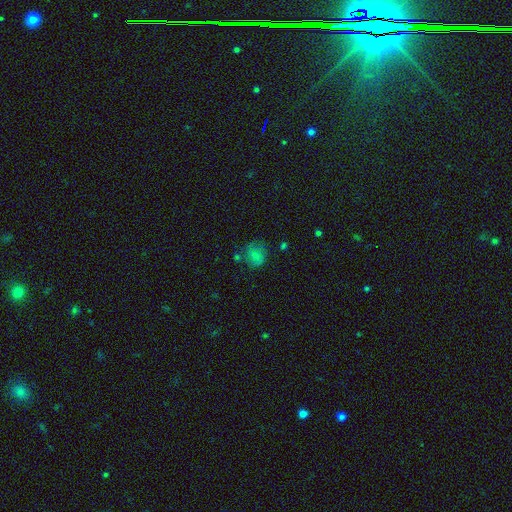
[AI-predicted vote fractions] Smooth or featured? smooth (72%)
How rounded? round (71%)
Merging? none (63%)